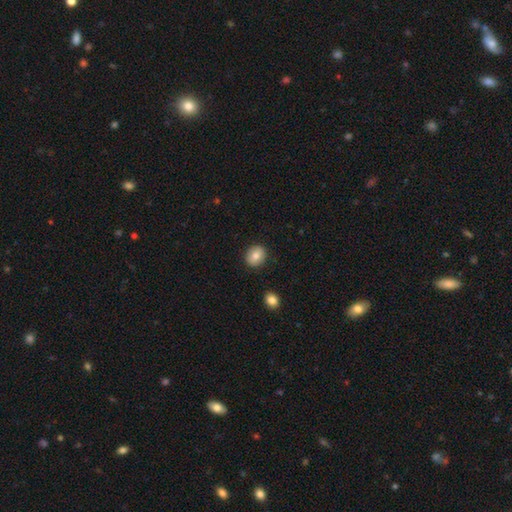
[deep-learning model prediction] Q: Smooth or featured?
A: smooth (82%); runner-up: featured or disk (10%)
Q: How rounded?
A: round (69%); runner-up: in between (30%)
Q: Merging?
A: none (89%); runner-up: minor disturbance (7%)